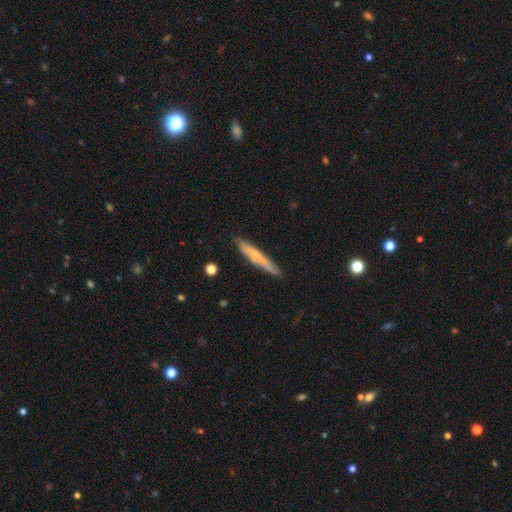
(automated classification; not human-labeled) smooth_or_featured: smooth (p=0.53) [alt: featured or disk p=0.41]
how_rounded: cigar-shaped (p=0.94) [alt: in between p=0.04]
merging: none (p=0.84) [alt: minor disturbance p=0.13]